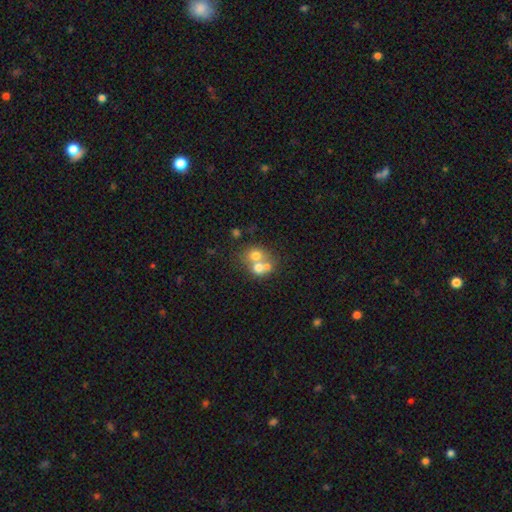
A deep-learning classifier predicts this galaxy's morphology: Overall: smooth (60%; featured or disk 27%). How rounded: round (71%). Merging: merger (64%; none 27%).